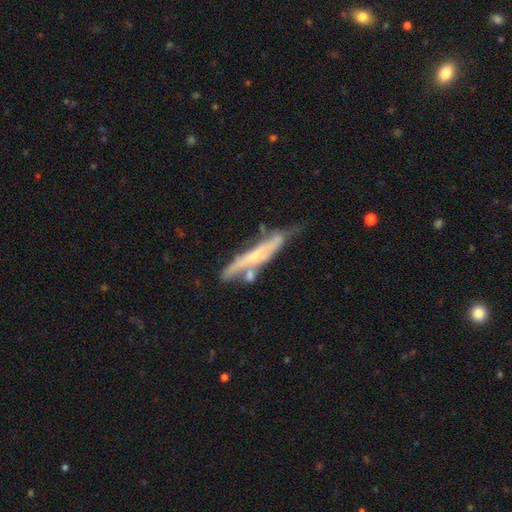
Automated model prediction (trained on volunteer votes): Smooth or featured?
  - featured or disk: 65% *
  - smooth: 29%
  - star or artifact: 6%
Edge-on disk?
  - yes: 71% *
  - no: 29%
Merging?
  - none: 42% *
  - minor disturbance: 29%
  - merger: 17%
  - major disturbance: 12%